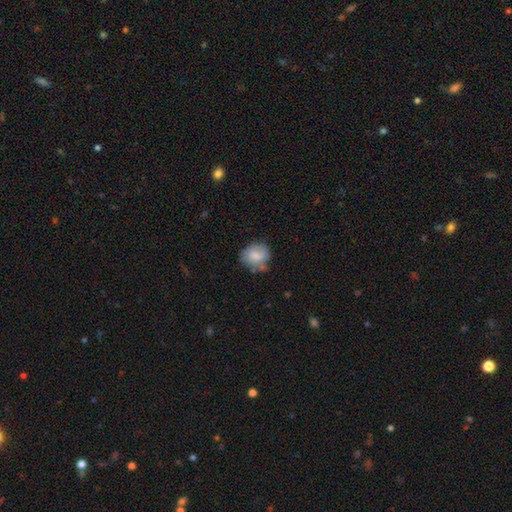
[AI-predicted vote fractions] The model was most divided on "merging": none: 59%, minor disturbance: 28%, major disturbance: 8%, merger: 5%. More confident: smooth or featured — smooth (75%); how rounded — round (68%).